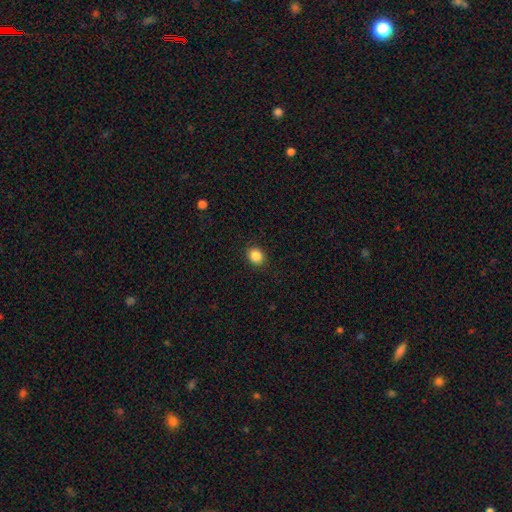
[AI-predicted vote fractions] smooth 87%, star or artifact 10%, featured or disk 3%. Down the decision tree: how rounded — round (63%); merging — none (90%).